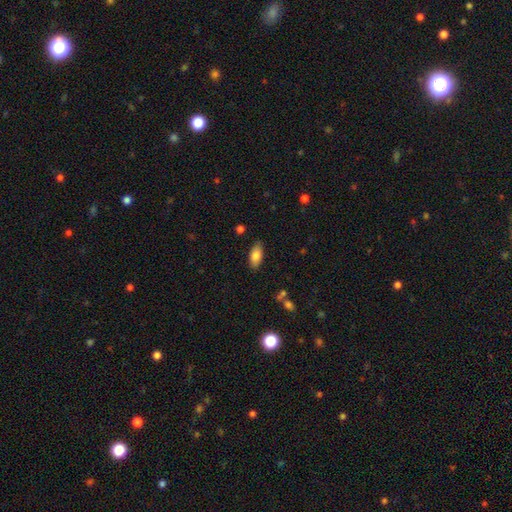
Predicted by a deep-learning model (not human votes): Overall: smooth (81%). How rounded: in between (88%). Merging: none (84%).